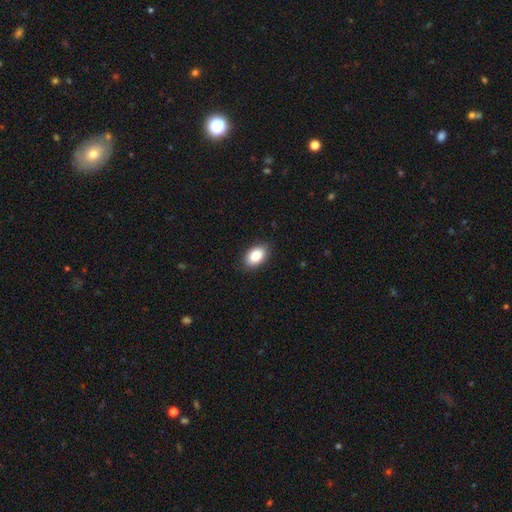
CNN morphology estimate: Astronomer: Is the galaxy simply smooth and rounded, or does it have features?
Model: smooth — 86%.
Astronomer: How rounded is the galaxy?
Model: in between — 90%.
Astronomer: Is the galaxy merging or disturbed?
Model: none — 88%.